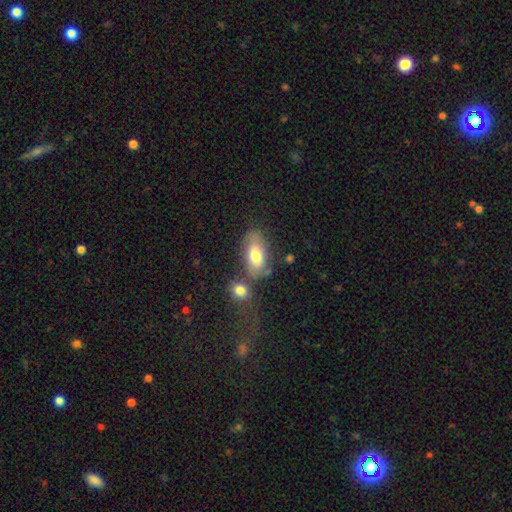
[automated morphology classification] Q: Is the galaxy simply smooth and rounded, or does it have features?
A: smooth — 70%.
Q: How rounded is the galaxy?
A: in between — 90%.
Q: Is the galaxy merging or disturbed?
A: none — 55%.